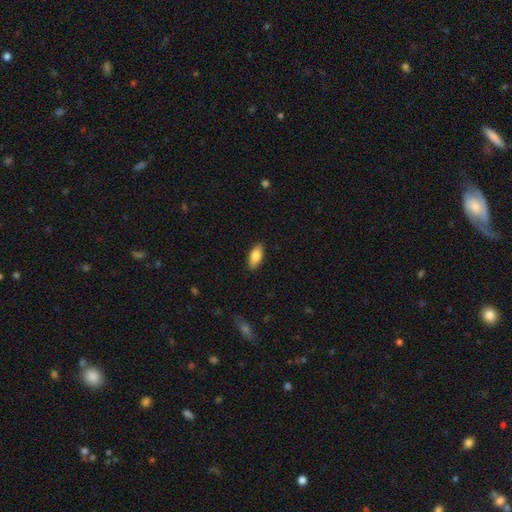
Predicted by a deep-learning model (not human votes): Smooth or featured? smooth (83%)
How rounded? in between (87%)
Merging? none (88%)